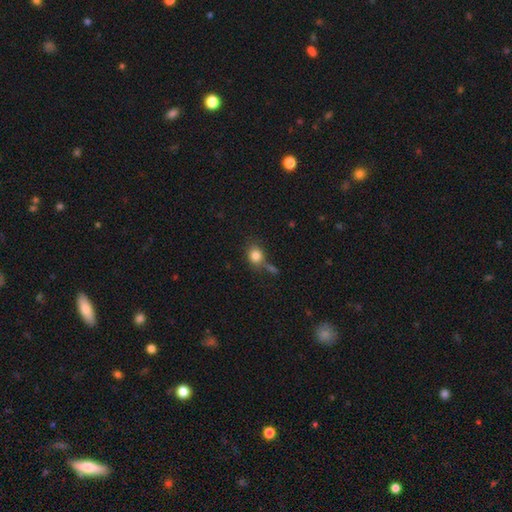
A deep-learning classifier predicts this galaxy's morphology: Smooth or featured? Predicted: smooth (p=0.82). How rounded? Predicted: round (p=0.67). Merging? Predicted: none (p=0.57).